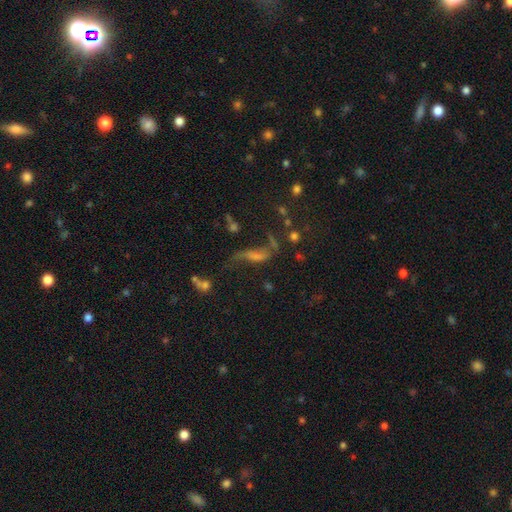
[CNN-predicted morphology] This appears to be a featured or disk galaxy (49%). Merging: none (40%).